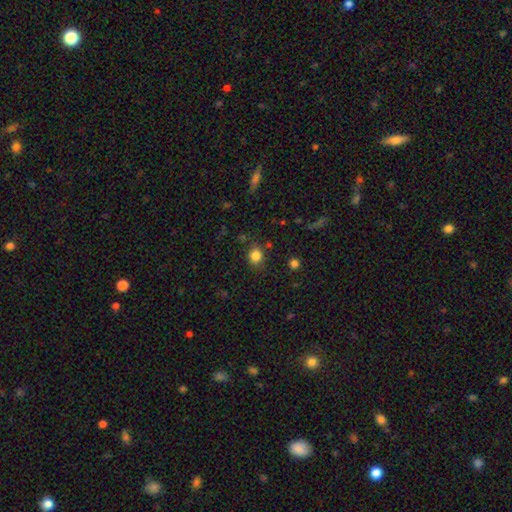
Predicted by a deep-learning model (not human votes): The model was most divided on "how rounded": round: 67%, in between: 32%, cigar-shaped: 1%. More confident: smooth or featured — smooth (83%); merging — none (79%).